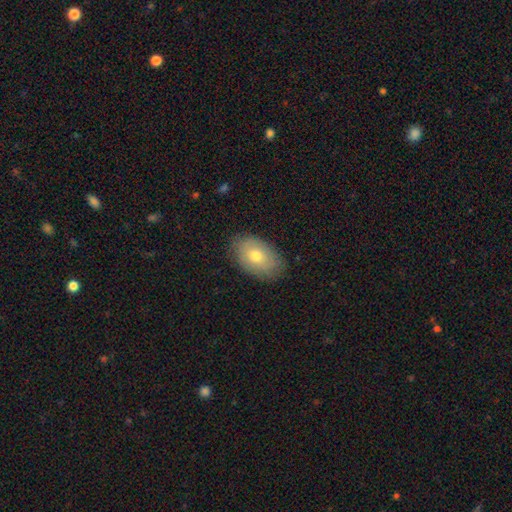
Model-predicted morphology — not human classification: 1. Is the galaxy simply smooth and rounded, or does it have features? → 67% smooth, 26% featured or disk, 7% star or artifact.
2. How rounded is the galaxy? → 89% in between, 10% round, 1% cigar-shaped.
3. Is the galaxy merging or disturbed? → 81% none, 15% minor disturbance, 3% major disturbance, 1% merger.